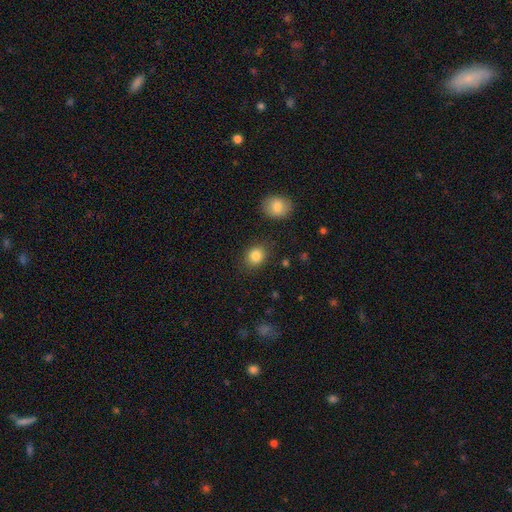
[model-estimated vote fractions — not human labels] Smooth or featured?
  - smooth: 84% *
  - star or artifact: 10%
  - featured or disk: 6%
How rounded?
  - round: 57% *
  - in between: 42%
  - cigar-shaped: 1%
Merging?
  - none: 84% *
  - minor disturbance: 10%
  - major disturbance: 3%
  - merger: 3%